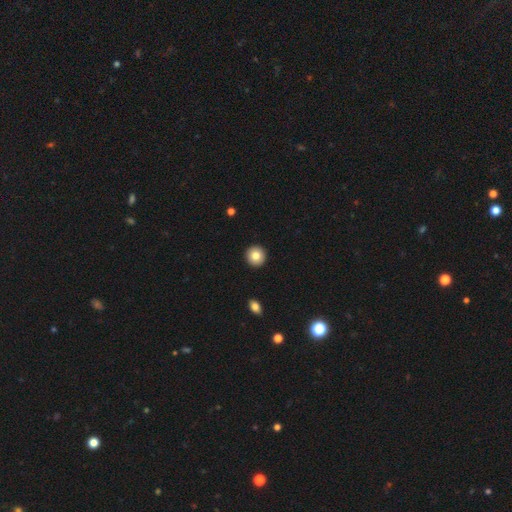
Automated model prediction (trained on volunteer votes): smooth_or_featured: smooth (p=0.82) [alt: featured or disk p=0.09]
how_rounded: round (p=0.95) [alt: in between p=0.04]
merging: none (p=0.94) [alt: minor disturbance p=0.04]